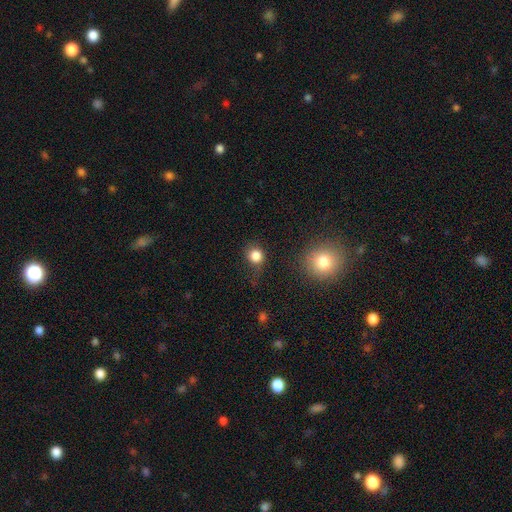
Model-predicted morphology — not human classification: Overall: smooth (82%). How rounded: round (83%). Merging: none (62%; minor disturbance 23%).